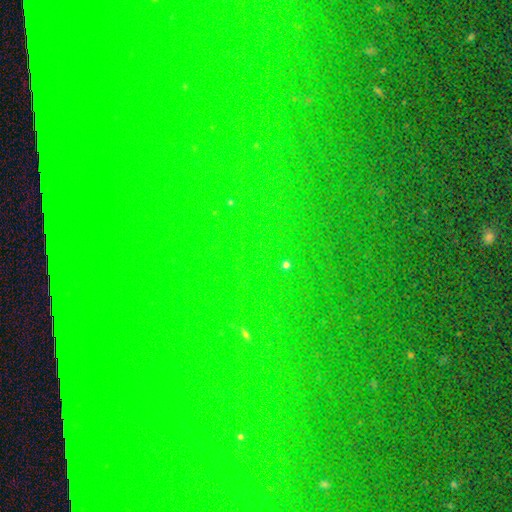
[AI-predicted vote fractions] Morphology: type=star or artifact (80%).